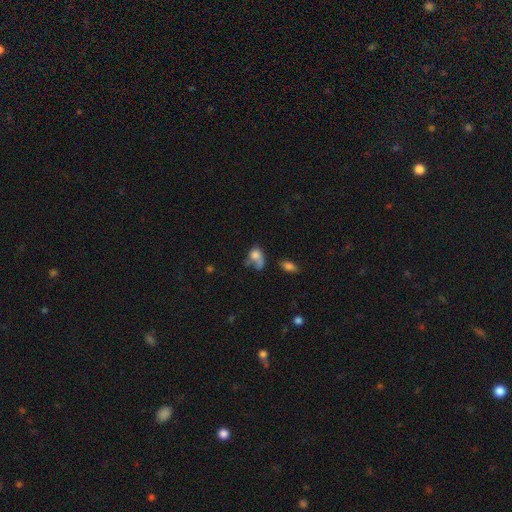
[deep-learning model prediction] Smooth or featured? smooth (71%)
How rounded? in between (62%)
Merging? major disturbance (29%)